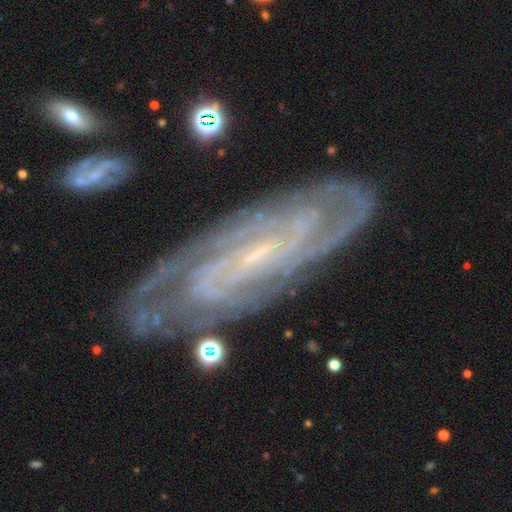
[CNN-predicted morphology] type=featured or disk (88%); edge-on=no (91%); bar=weak (41%); spiral arms=yes (97%); winding=tight (69%); arm count=2 (30%); bulge=small (79%); merging=none (77%).